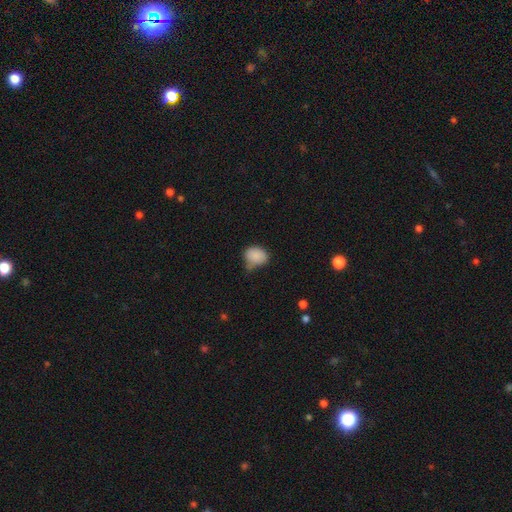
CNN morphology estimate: smooth-or-featured: smooth: 84% | star or artifact: 9% | featured or disk: 7%
  how-rounded: in between: 53% | round: 46% | cigar-shaped: 1%
  merging: none: 43% | minor disturbance: 39% | major disturbance: 10% | merger: 8%